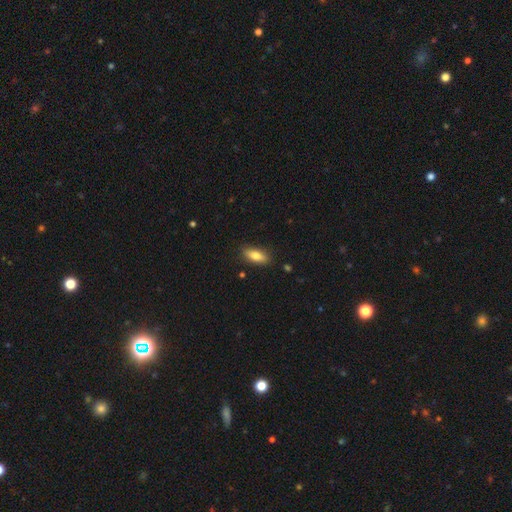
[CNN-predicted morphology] Q: Smooth or featured?
A: smooth (77%); runner-up: featured or disk (16%)
Q: How rounded?
A: in between (74%); runner-up: cigar-shaped (23%)
Q: Merging?
A: none (85%); runner-up: minor disturbance (12%)